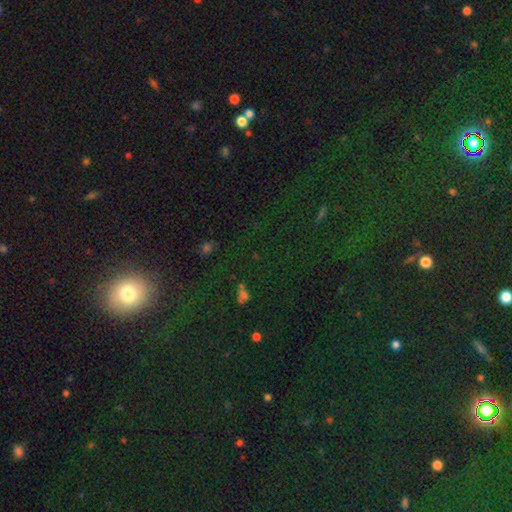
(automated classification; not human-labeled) smooth_or_featured: star or artifact (p=0.51) [alt: smooth p=0.39]